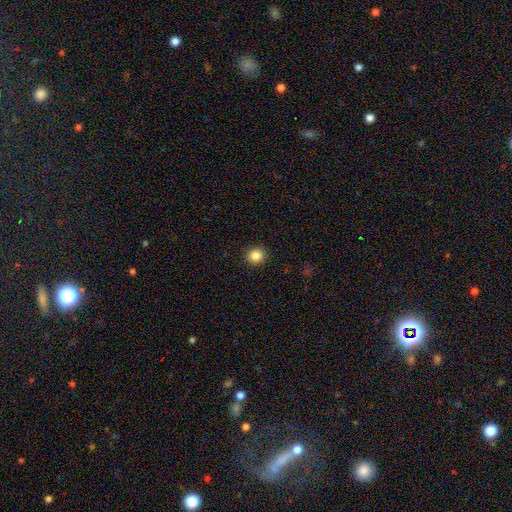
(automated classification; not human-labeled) Q: Smooth or featured?
A: smooth (85%); runner-up: star or artifact (10%)
Q: How rounded?
A: round (89%); runner-up: in between (10%)
Q: Merging?
A: none (92%); runner-up: minor disturbance (5%)